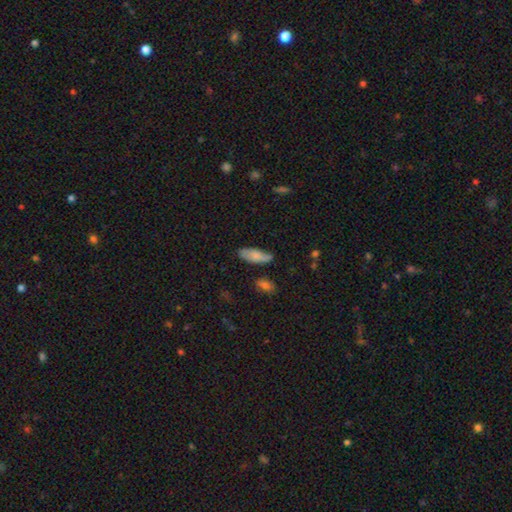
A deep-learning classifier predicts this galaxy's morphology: Q: Smooth or featured?
A: smooth (77%); runner-up: featured or disk (16%)
Q: How rounded?
A: in between (76%); runner-up: cigar-shaped (22%)
Q: Merging?
A: none (67%); runner-up: minor disturbance (24%)